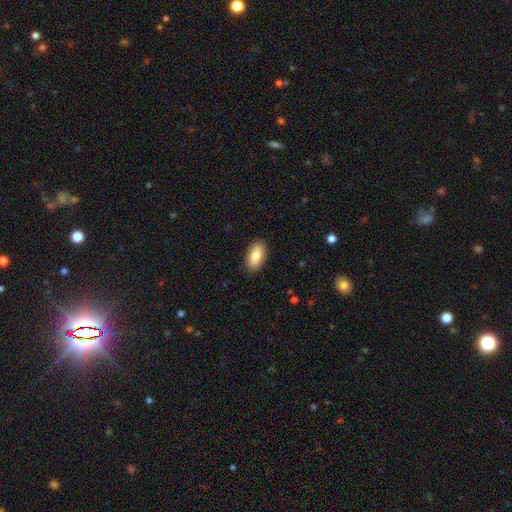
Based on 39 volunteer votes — smooth 79%, featured or disk 18%, star or artifact 3%. Down the decision tree: how rounded — in between (87%); merging — none (92%).